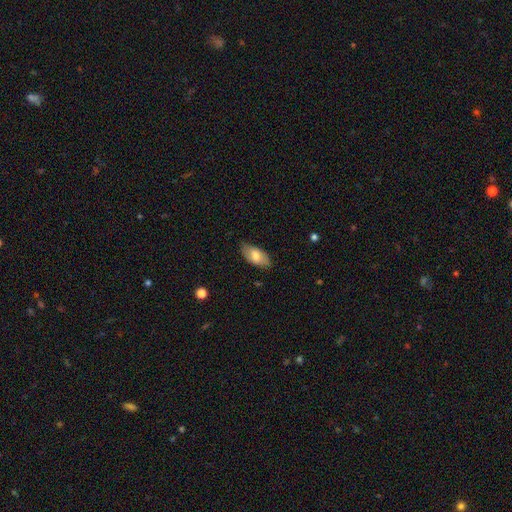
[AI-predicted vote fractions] Smooth or featured?
  - smooth: 73% *
  - featured or disk: 21%
  - star or artifact: 6%
How rounded?
  - in between: 92% *
  - cigar-shaped: 5%
  - round: 3%
Merging?
  - none: 83% *
  - minor disturbance: 14%
  - major disturbance: 3%
  - merger: 1%